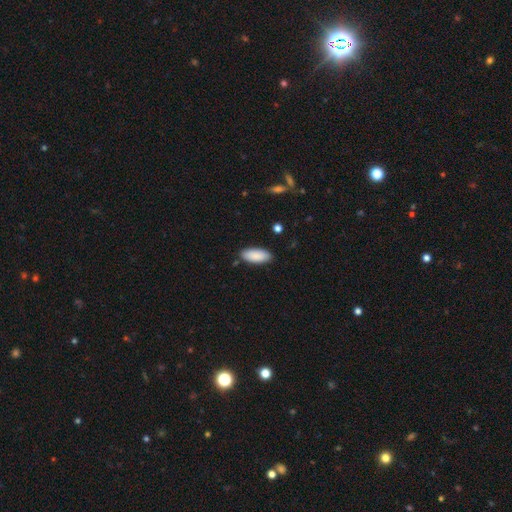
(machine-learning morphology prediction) smooth 90%, star or artifact 6%, featured or disk 5%. Down the decision tree: how rounded — in between (86%); merging — none (87%).